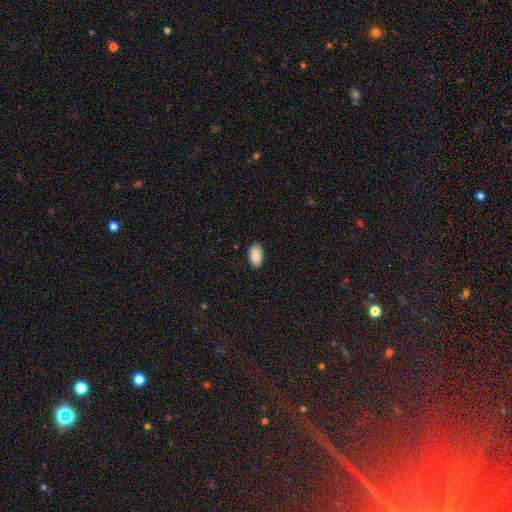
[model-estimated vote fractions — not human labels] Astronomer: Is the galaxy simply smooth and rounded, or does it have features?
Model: smooth — 87%.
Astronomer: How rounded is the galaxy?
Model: in between — 95%.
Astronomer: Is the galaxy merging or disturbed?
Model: none — 85%.